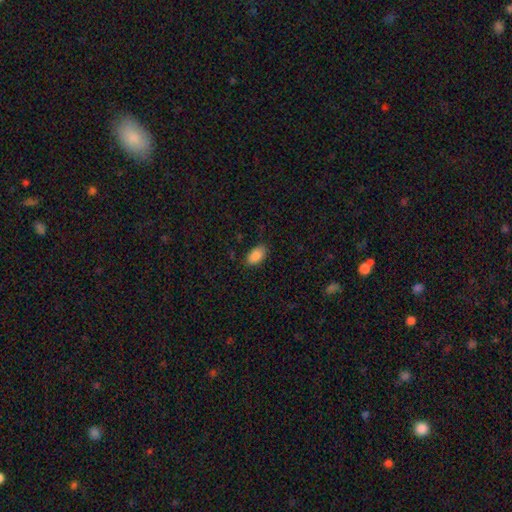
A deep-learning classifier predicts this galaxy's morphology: A smooth galaxy with no disk features (88%) that is in between round and cigar-shaped (93%). Merging: none (81%).